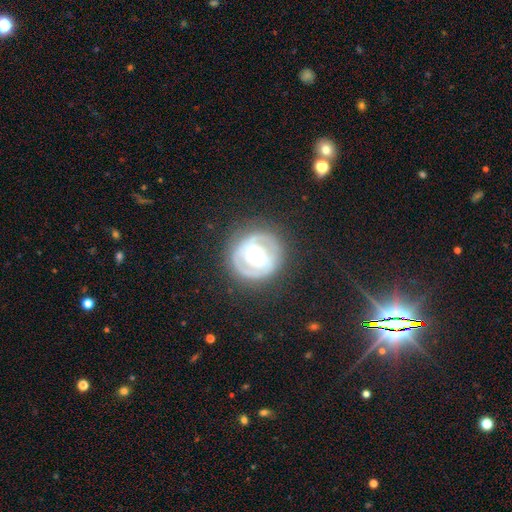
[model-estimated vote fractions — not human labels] A featured or disk galaxy (70%) with no bar (44%), spiral arms (58%) and a moderate central bulge (71%).

Vote fractions:
- Smooth or featured? featured or disk: 70% / smooth: 24% / star or artifact: 6%
- Edge-on disk? no: 96% / yes: 4%
- Bar? no: 44% / weak: 34% / strong: 22%
- Spiral arms? yes: 58% / no: 42%
- Bulge size? moderate: 71% / large: 14% / small: 12% / dominant: 1% / none: 1%
- Merging? none: 78% / minor disturbance: 14% / major disturbance: 7% / merger: 1%